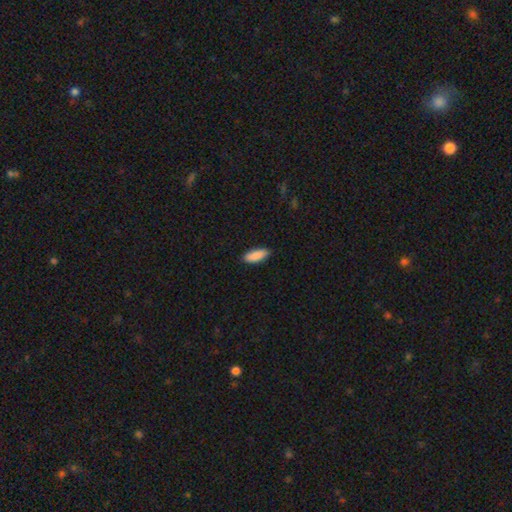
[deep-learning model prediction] The model was most divided on "how rounded": in between: 74%, cigar-shaped: 25%, round: 2%. More confident: smooth or featured — smooth (90%); merging — none (87%).